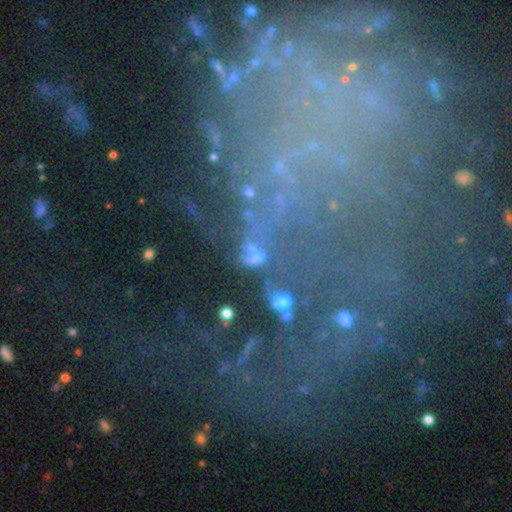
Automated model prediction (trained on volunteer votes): Overall: smooth (35%; star or artifact 34%). Merging: none (41%; major disturbance 21%).